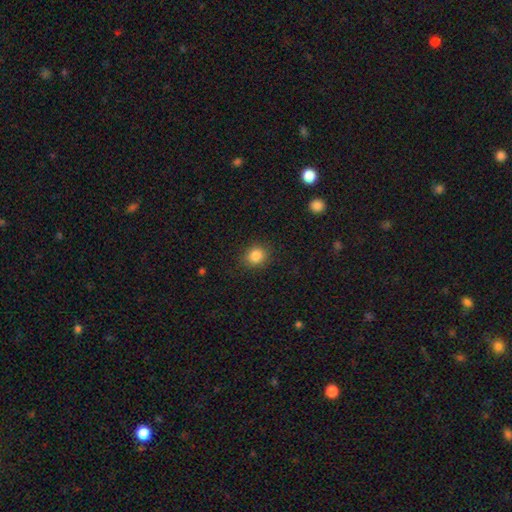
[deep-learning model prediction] This is clearly a smooth galaxy (85%). How rounded: likely round (74%). Merging: clearly none (88%).